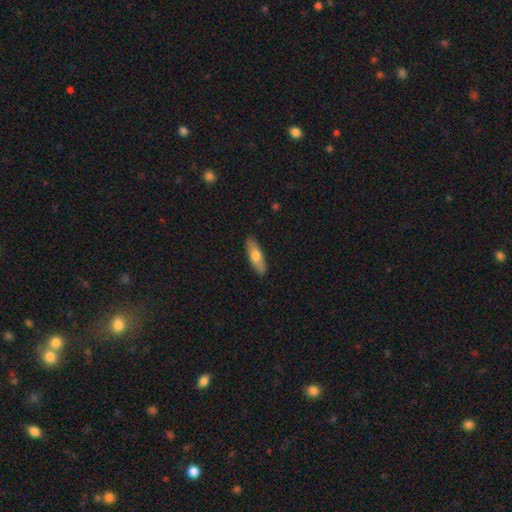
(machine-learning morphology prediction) smooth-or-featured: smooth: 68% | featured or disk: 27% | star or artifact: 6%
  how-rounded: in between: 56% | cigar-shaped: 42% | round: 2%
  merging: none: 90% | minor disturbance: 8% | major disturbance: 2% | merger: 1%